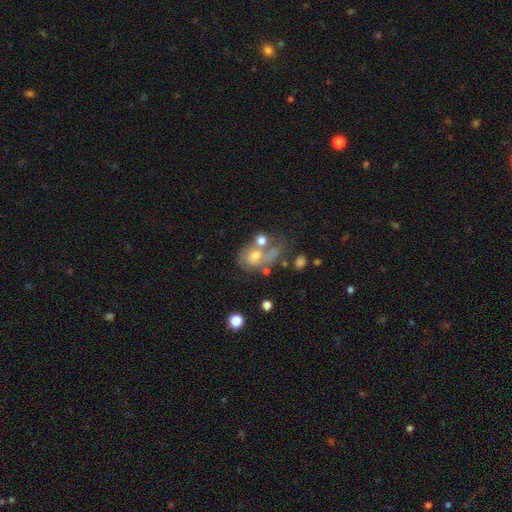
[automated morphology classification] This is possibly a featured or disk galaxy (47%). Merging: marginally merger (32%).